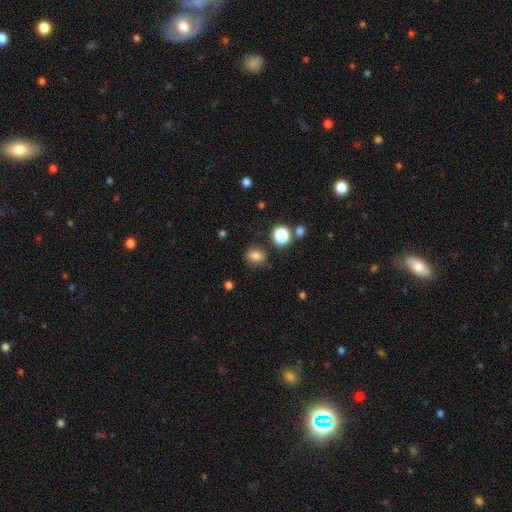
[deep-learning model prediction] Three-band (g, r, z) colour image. It shows a smooth galaxy with no disk features (79%) that is round (65%). Merging: none (83%).